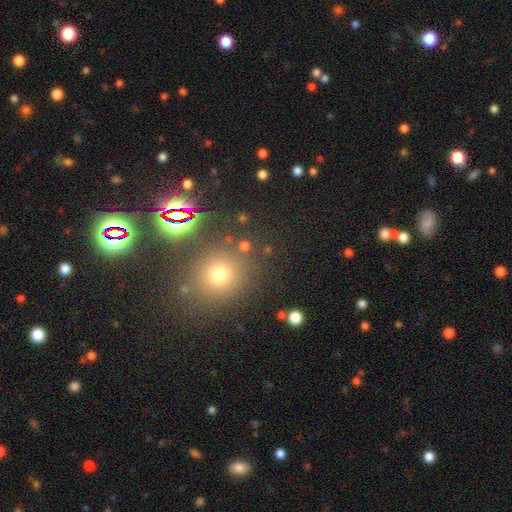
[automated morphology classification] Smooth or featured: smooth — 46% (star or artifact — 45%)
Merging: none — 83% (minor disturbance — 8%)